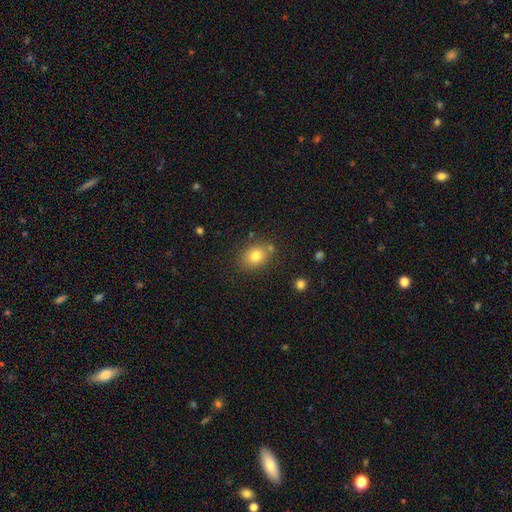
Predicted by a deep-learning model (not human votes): Smooth or featured? smooth (78%)
How rounded? in between (56%)
Merging? none (78%)